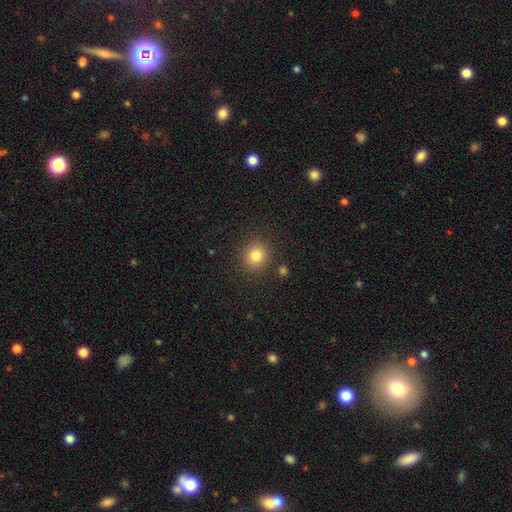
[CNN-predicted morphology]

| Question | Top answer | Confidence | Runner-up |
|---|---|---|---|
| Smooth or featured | smooth | 82% | star or artifact (12%) |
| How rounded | round | 86% | in between (13%) |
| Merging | none | 87% | minor disturbance (7%) |